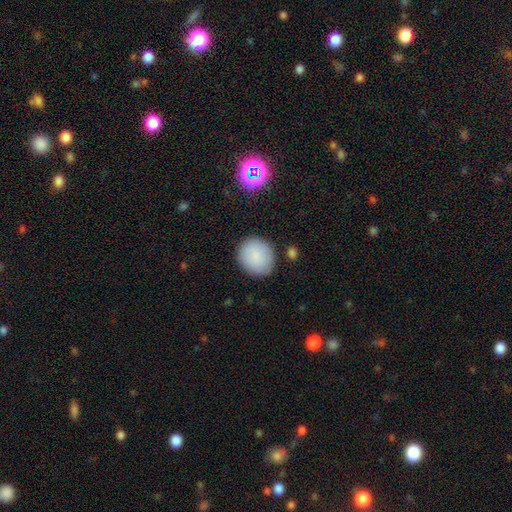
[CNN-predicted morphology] Smooth or featured: smooth — 85% (star or artifact — 8%)
How rounded: round — 80% (in between — 20%)
Merging: none — 84% (minor disturbance — 11%)